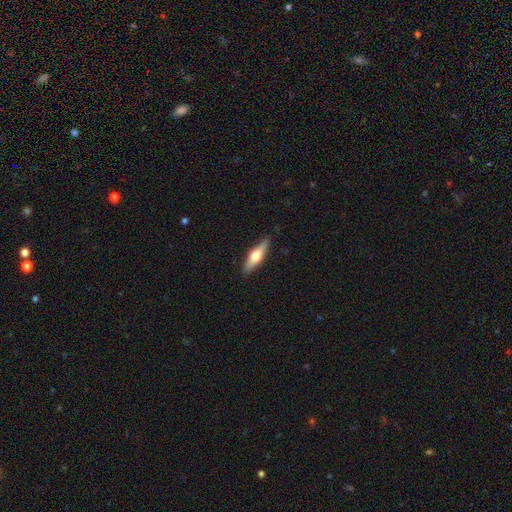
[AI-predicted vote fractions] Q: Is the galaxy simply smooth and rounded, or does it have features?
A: featured or disk — 48%.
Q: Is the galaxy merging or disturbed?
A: none — 89%.